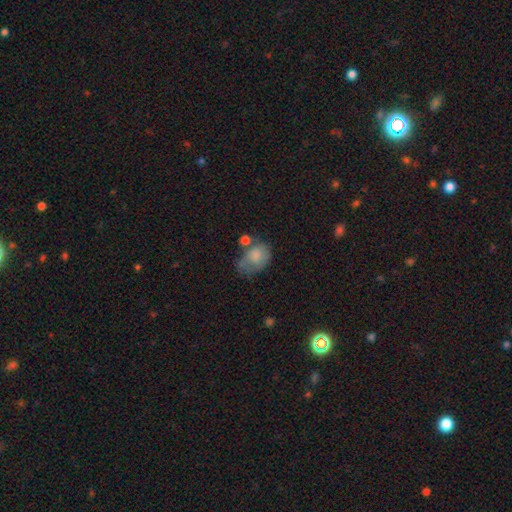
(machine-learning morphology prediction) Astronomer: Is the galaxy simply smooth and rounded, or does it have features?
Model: smooth — 70%.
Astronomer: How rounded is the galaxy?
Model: in between — 75%.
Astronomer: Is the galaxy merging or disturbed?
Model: minor disturbance — 30% (runner-up: none, 29%).